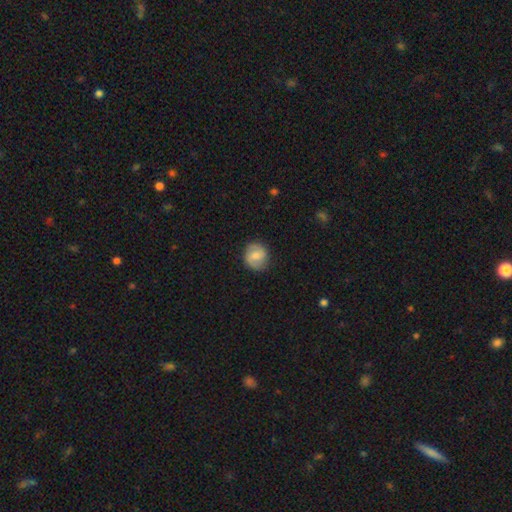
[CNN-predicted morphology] Smooth or featured? Predicted: smooth (p=0.49). Merging? Predicted: none (p=0.83).